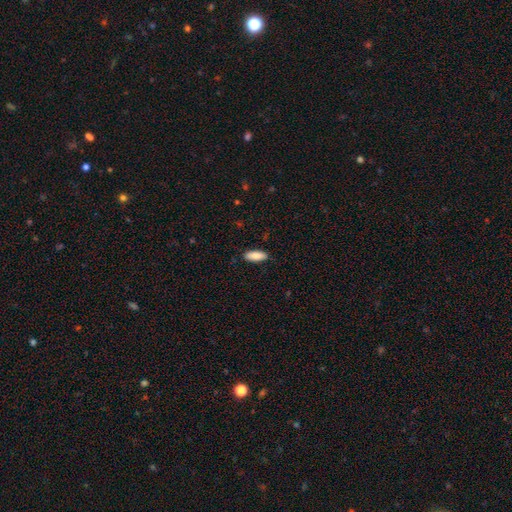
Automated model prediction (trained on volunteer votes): Smooth or featured?
  - smooth: 87% *
  - featured or disk: 7%
  - star or artifact: 6%
How rounded?
  - in between: 70% *
  - cigar-shaped: 28%
  - round: 2%
Merging?
  - none: 87% *
  - minor disturbance: 10%
  - major disturbance: 2%
  - merger: 1%